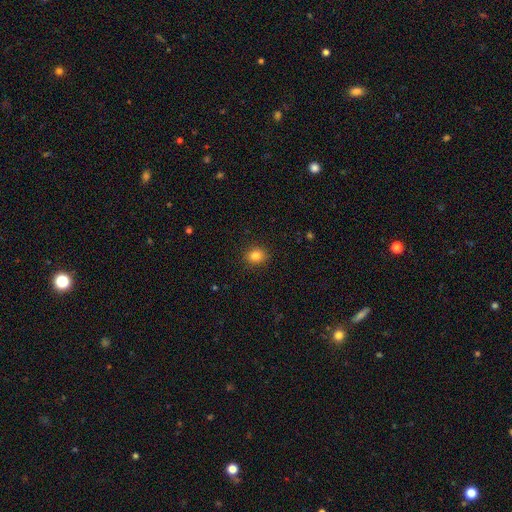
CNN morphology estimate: Smooth or featured? smooth (82%)
How rounded? round (67%)
Merging? none (90%)